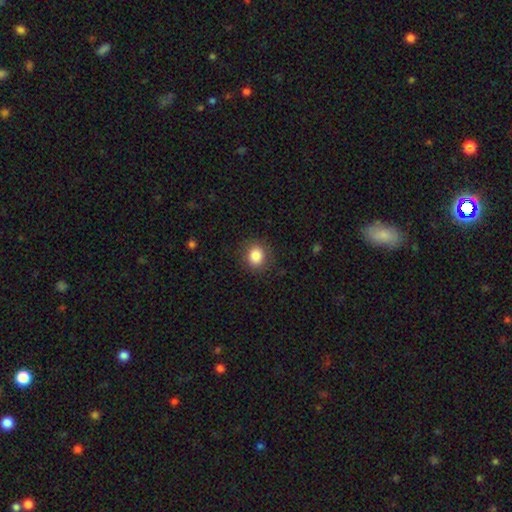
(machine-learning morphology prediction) A smooth galaxy with no disk features (85%) that is round (77%). Merging: none (87%).